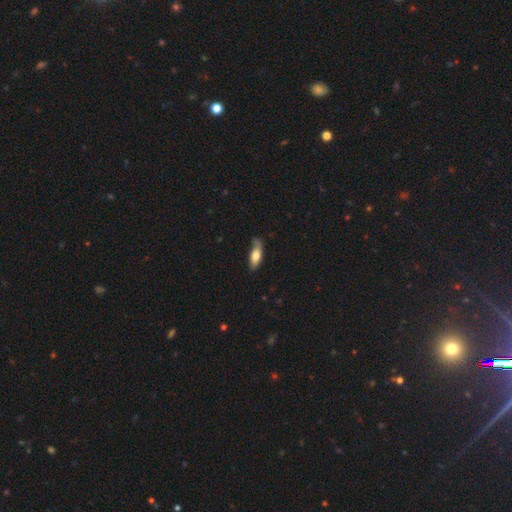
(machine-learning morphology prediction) Smooth or featured? Predicted: smooth (p=0.67). How rounded? Predicted: in between (p=0.63). Merging? Predicted: none (p=0.58).